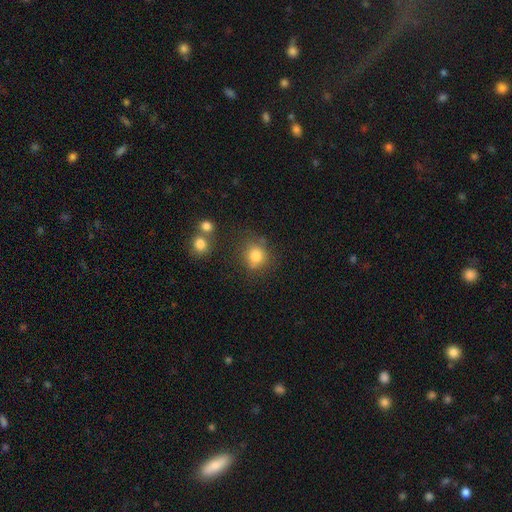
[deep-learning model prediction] smooth 80%, star or artifact 12%, featured or disk 8%. Down the decision tree: how rounded — round (85%); merging — none (70%).